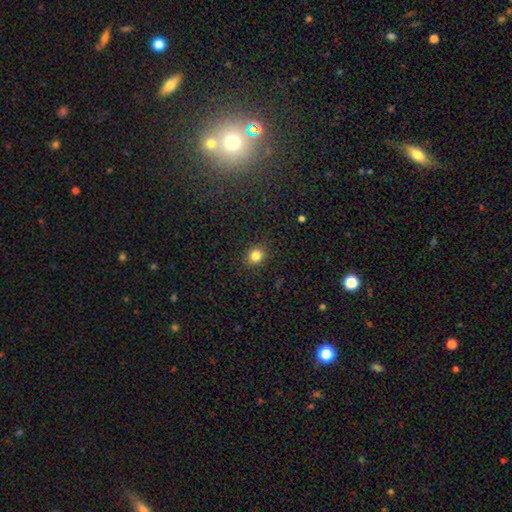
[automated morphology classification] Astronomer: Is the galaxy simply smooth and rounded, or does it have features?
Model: smooth — 83%.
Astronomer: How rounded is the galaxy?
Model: round — 69%.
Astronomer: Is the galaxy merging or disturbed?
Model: none — 89%.